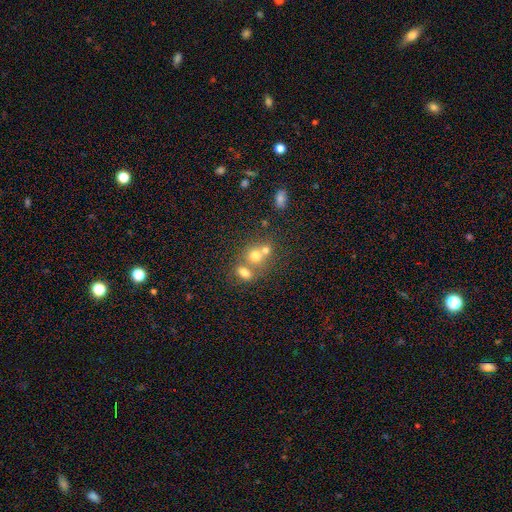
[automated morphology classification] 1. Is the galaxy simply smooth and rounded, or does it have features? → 68% smooth, 17% featured or disk, 16% star or artifact.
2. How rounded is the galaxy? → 68% round, 31% in between, 1% cigar-shaped.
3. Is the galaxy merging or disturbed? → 54% merger, 35% none, 7% minor disturbance, 4% major disturbance.